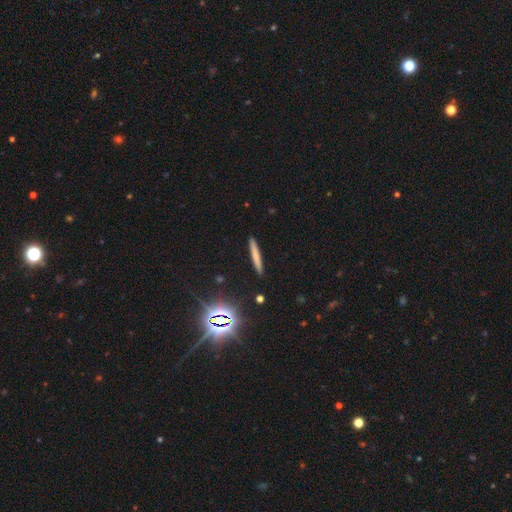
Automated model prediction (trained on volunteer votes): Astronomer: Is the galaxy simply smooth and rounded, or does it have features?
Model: smooth — 65%.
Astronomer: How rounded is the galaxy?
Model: cigar-shaped — 95%.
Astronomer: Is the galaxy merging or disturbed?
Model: none — 92%.